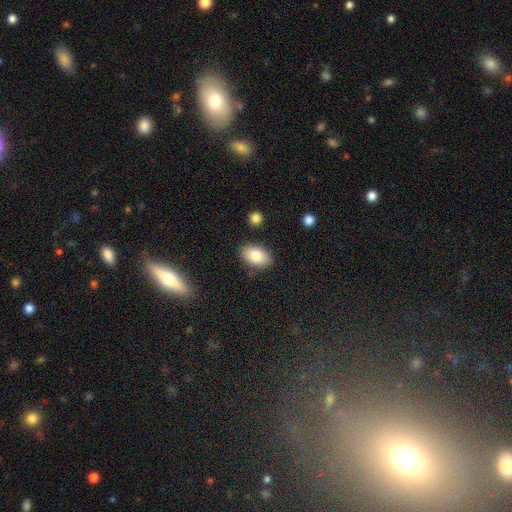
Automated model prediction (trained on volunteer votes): A smooth galaxy with no disk features (84%) that is in between round and cigar-shaped (91%). Merging: none (84%).